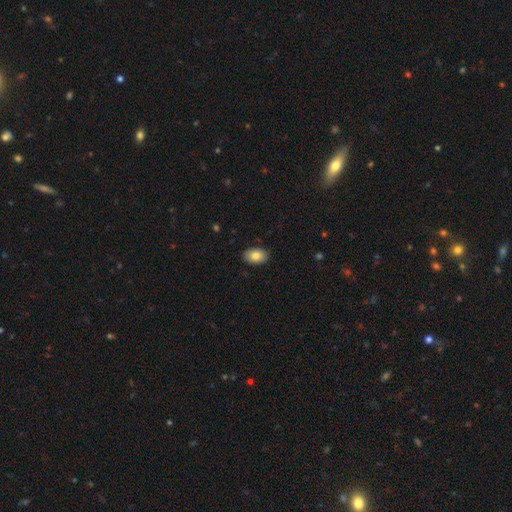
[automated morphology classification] smooth-or-featured: smooth: 81% | featured or disk: 12% | star or artifact: 7%
  how-rounded: in between: 88% | round: 11% | cigar-shaped: 1%
  merging: none: 89% | minor disturbance: 8% | major disturbance: 2% | merger: 1%